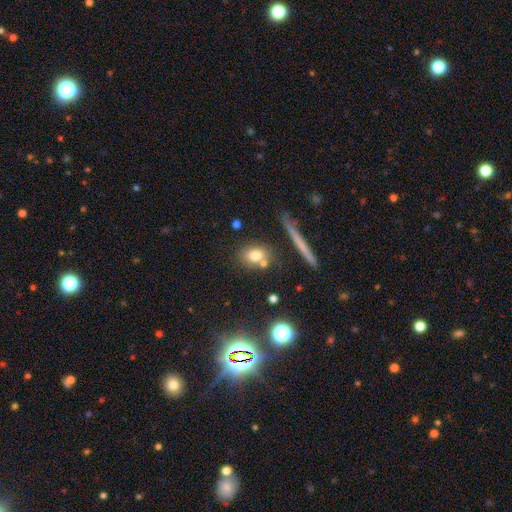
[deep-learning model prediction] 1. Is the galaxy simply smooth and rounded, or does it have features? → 74% smooth, 14% featured or disk, 12% star or artifact.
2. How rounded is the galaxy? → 50% in between, 42% round, 8% cigar-shaped.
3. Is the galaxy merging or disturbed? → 68% none, 15% merger, 12% minor disturbance, 4% major disturbance.